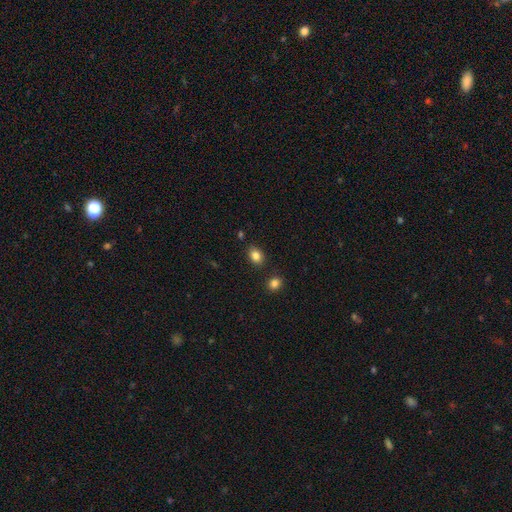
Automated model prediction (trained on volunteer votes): Smooth or featured? smooth (85%)
How rounded? in between (66%)
Merging? none (81%)